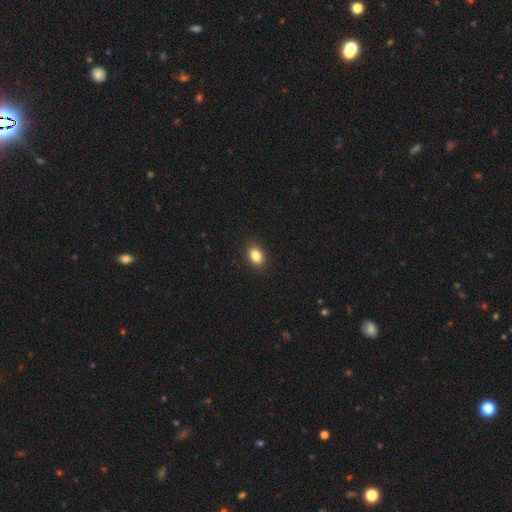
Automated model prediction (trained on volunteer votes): smooth_or_featured: smooth (p=0.85) [alt: star or artifact p=0.09]
how_rounded: in between (p=0.80) [alt: round p=0.19]
merging: none (p=0.90) [alt: minor disturbance p=0.07]